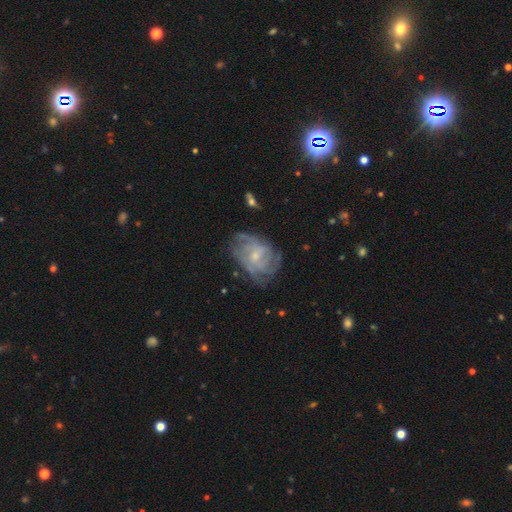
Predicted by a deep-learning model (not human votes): Morphology: type=featured or disk (74%); edge-on=no (97%); bar=no (55%); spiral arms=yes (86%); winding=tight (49%); arm count=can't tell (47%); bulge=small (58%); merging=none (65%).